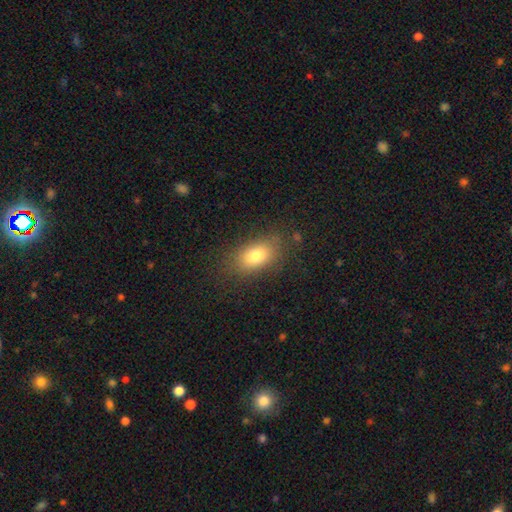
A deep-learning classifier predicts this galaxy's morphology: Overall: smooth (79%). How rounded: in between (86%). Merging: none (81%).